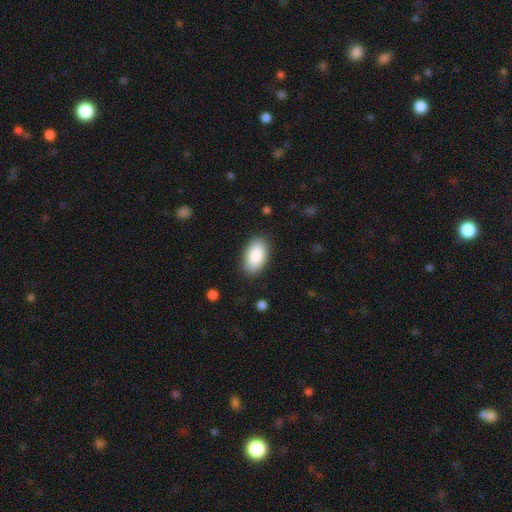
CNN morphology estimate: A smooth galaxy with no disk features (88%) that is in between round and cigar-shaped (95%). Merging: none (87%).